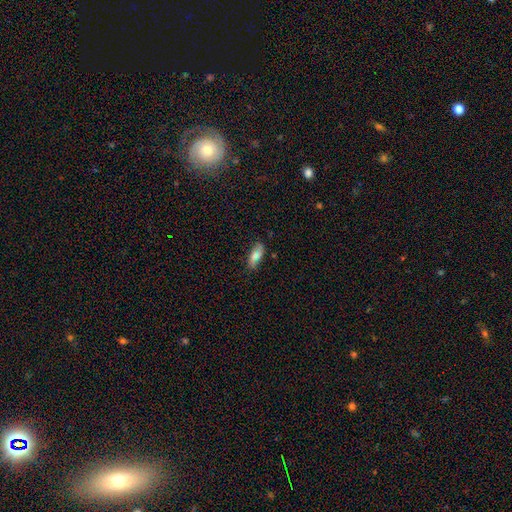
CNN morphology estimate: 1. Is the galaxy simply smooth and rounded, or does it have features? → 68% smooth, 25% featured or disk, 7% star or artifact.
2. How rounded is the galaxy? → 78% in between, 19% cigar-shaped, 3% round.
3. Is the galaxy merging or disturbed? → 74% none, 20% minor disturbance, 4% major disturbance, 2% merger.